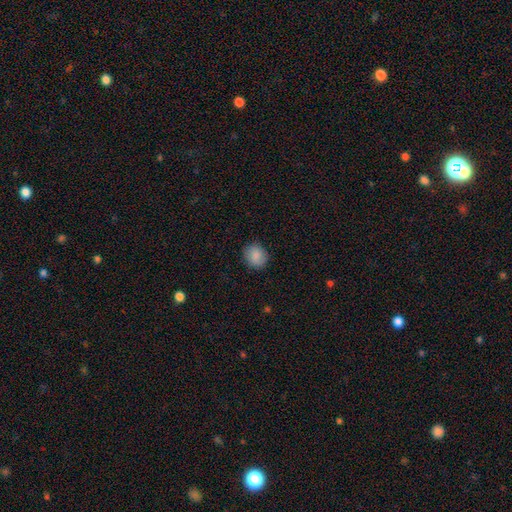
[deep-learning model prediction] Overall: smooth (87%). How rounded: round (73%). Merging: none (87%).